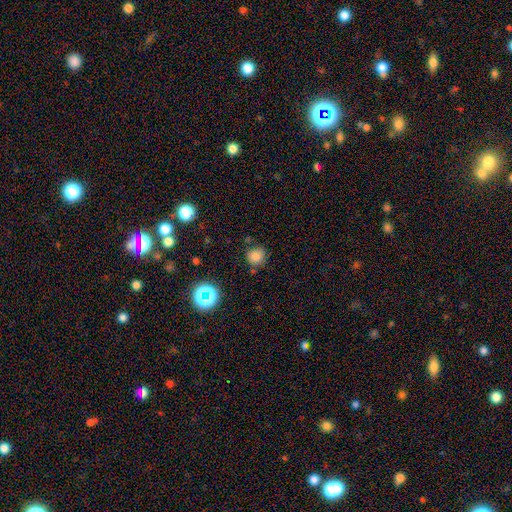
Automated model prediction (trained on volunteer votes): Morphology: type=smooth (78%); roundness=round (87%); merging=none (77%).